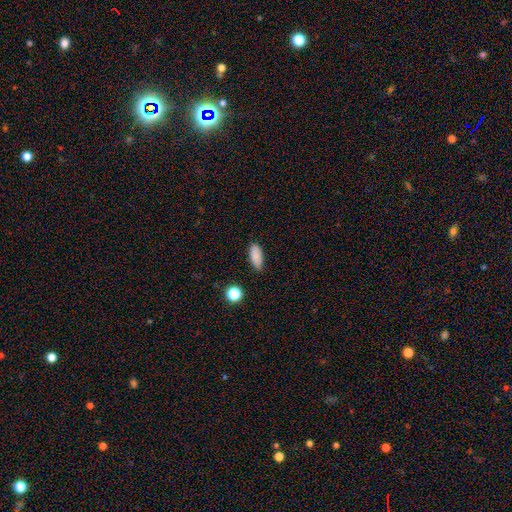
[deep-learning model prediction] Smooth or featured? Predicted: smooth (p=0.86). How rounded? Predicted: in between (p=0.79). Merging? Predicted: none (p=0.81).